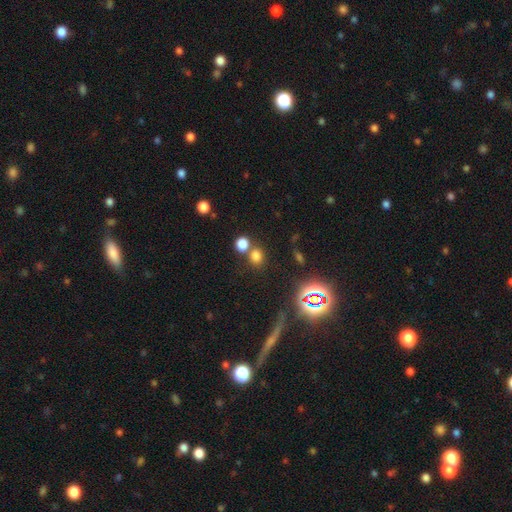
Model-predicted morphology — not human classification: Smooth or featured: smooth — 71% (star or artifact — 22%)
How rounded: round — 73% (in between — 26%)
Merging: none — 62% (merger — 26%)